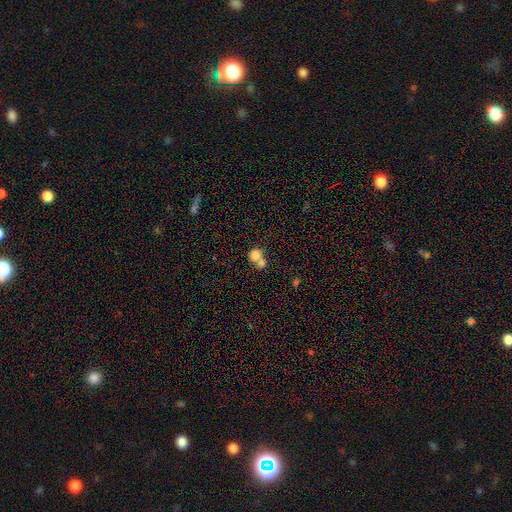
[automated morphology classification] type=smooth (78%); roundness=round (82%); merging=merger (59%).